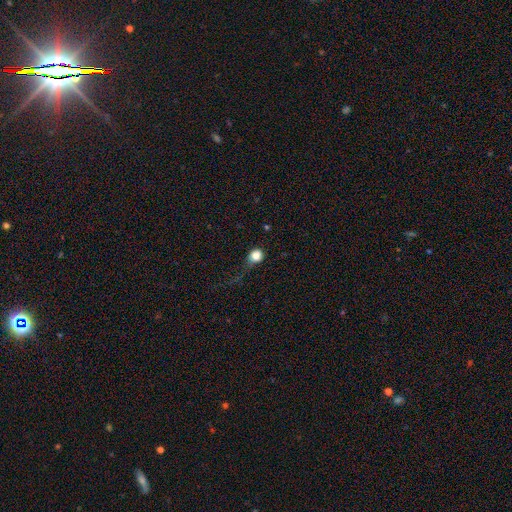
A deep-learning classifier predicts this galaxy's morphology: smooth 79%, star or artifact 12%, featured or disk 8%. Down the decision tree: how rounded — round (81%); merging — none (42%).